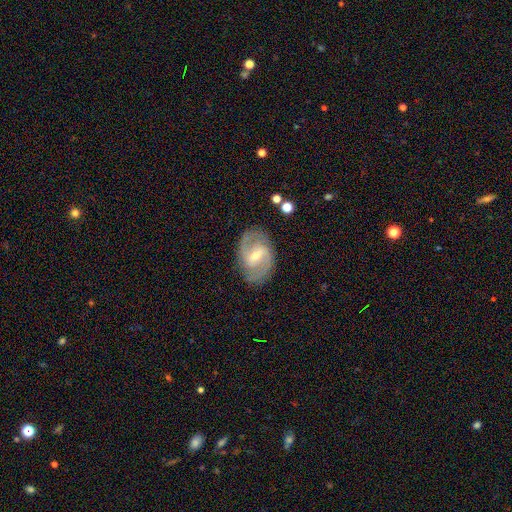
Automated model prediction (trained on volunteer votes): Q: Smooth or featured?
A: featured or disk (84%); runner-up: smooth (11%)
Q: Edge-on disk?
A: no (96%); runner-up: yes (4%)
Q: Bar?
A: weak (51%); runner-up: strong (34%)
Q: Spiral arms?
A: yes (93%); runner-up: no (7%)
Q: Spiral winding?
A: medium (52%); runner-up: tight (29%)
Q: Spiral arm count?
A: 2 (84%); runner-up: can't tell (7%)
Q: Bulge size?
A: small (54%); runner-up: moderate (42%)
Q: Merging?
A: none (82%); runner-up: minor disturbance (13%)